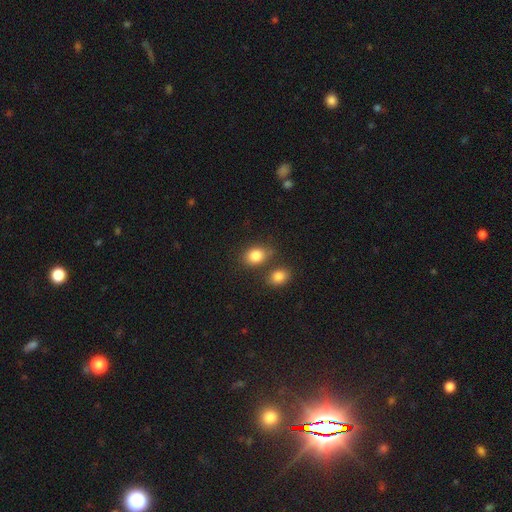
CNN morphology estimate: Overall: smooth (84%). How rounded: in between (66%; round 33%). Merging: none (64%).